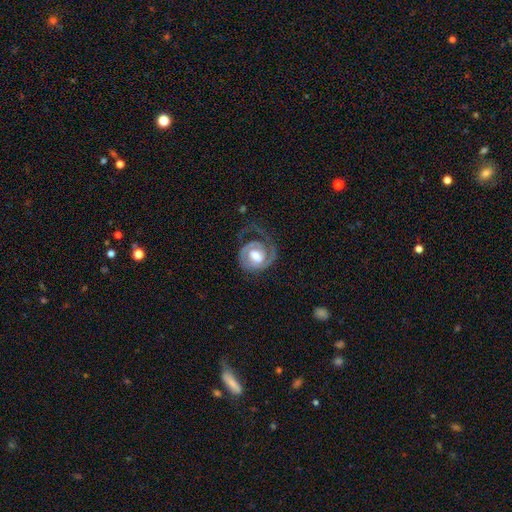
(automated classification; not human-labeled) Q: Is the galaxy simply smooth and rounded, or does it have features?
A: featured or disk — 82%.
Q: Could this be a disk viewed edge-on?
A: no — 98%.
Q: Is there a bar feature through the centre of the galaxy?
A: weak — 48%.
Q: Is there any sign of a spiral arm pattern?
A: yes — 93%.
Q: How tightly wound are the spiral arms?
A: tight — 54%.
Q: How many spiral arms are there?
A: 1 — 47%.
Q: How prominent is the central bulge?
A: moderate — 63%.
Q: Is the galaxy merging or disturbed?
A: none — 53%.